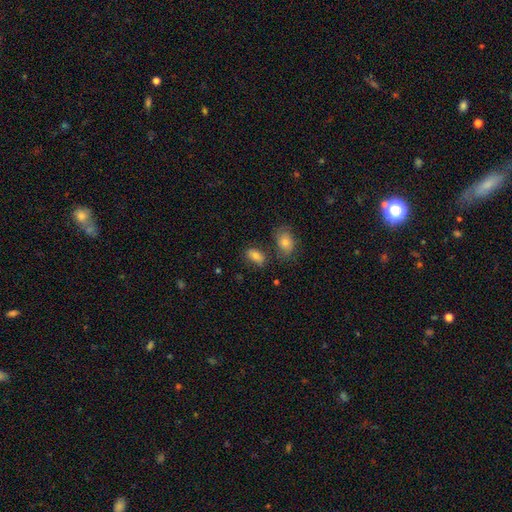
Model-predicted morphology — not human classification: Smooth or featured?
  - smooth: 80% *
  - featured or disk: 11%
  - star or artifact: 9%
How rounded?
  - in between: 89% *
  - round: 8%
  - cigar-shaped: 3%
Merging?
  - none: 67% *
  - minor disturbance: 16%
  - merger: 13%
  - major disturbance: 5%